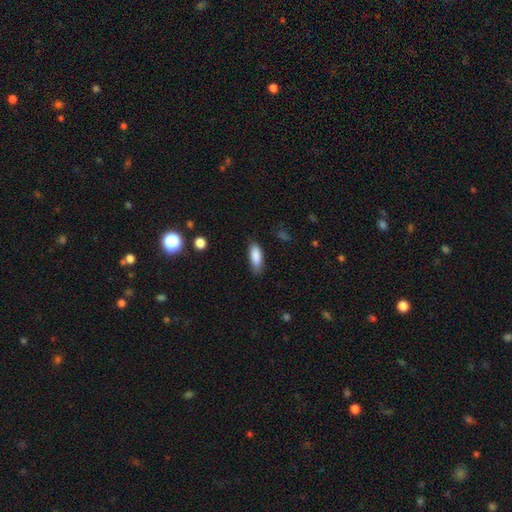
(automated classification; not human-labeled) Smooth or featured? Predicted: smooth (p=0.87). How rounded? Predicted: in between (p=0.74). Merging? Predicted: none (p=0.77).